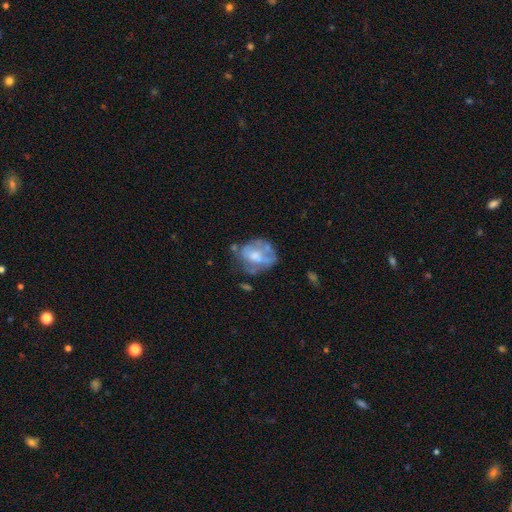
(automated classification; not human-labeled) featured or disk 53%, smooth 38%, star or artifact 9%. Down the decision tree: edge-on disk — no (97%); bar — no (80%); spiral arms — no (81%); bulge size — moderate (47%); merging — none (40%).